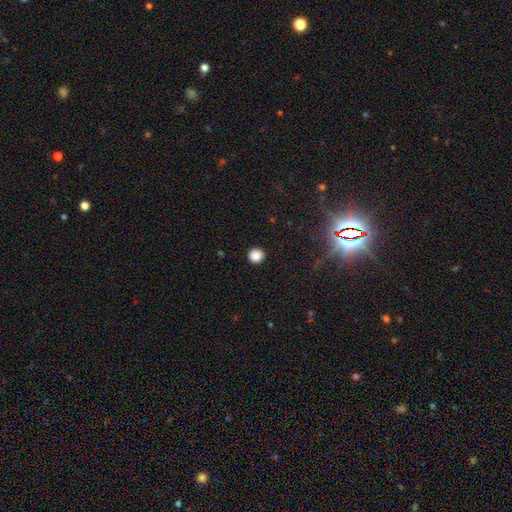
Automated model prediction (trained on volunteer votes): A smooth galaxy with no disk features (87%) that is round (90%).

Vote fractions:
- Smooth or featured? smooth: 87% / star or artifact: 11% / featured or disk: 3%
- How rounded? round: 90% / in between: 9% / cigar-shaped: 1%
- Merging? none: 93% / minor disturbance: 5% / major disturbance: 2% / merger: 1%